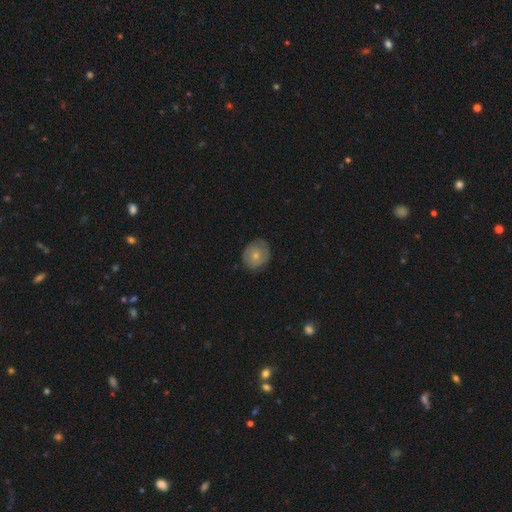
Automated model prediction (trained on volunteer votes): Smooth or featured? smooth (66%)
How rounded? round (72%)
Merging? none (77%)